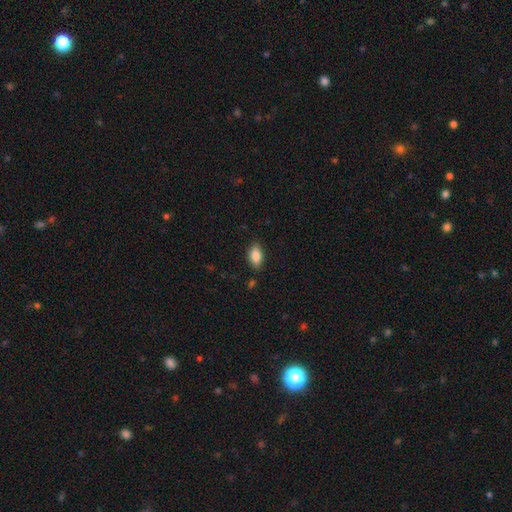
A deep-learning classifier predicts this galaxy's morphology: A smooth galaxy with no disk features (85%) that is in between round and cigar-shaped (91%). Merging: none (84%).